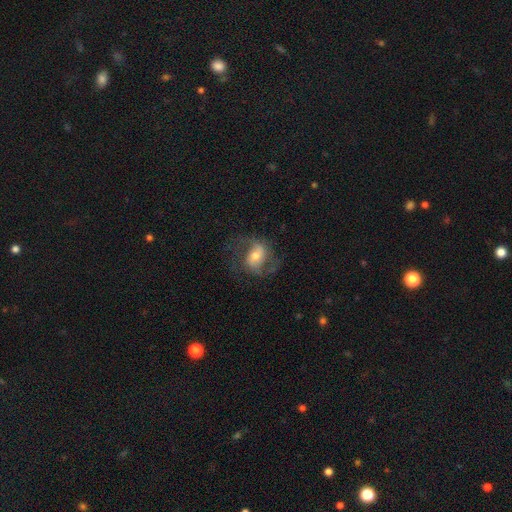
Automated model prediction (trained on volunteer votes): Smooth or featured: featured or disk — 72% (smooth — 21%)
Edge-on disk: no — 96% (yes — 4%)
Bar: weak — 41% (no — 36%)
Spiral arms: yes — 90% (no — 10%)
Spiral winding: medium — 47% (loose — 39%)
Spiral arm count: 2 — 85% (can't tell — 7%)
Bulge size: moderate — 59% (small — 31%)
Merging: none — 63% (minor disturbance — 18%)